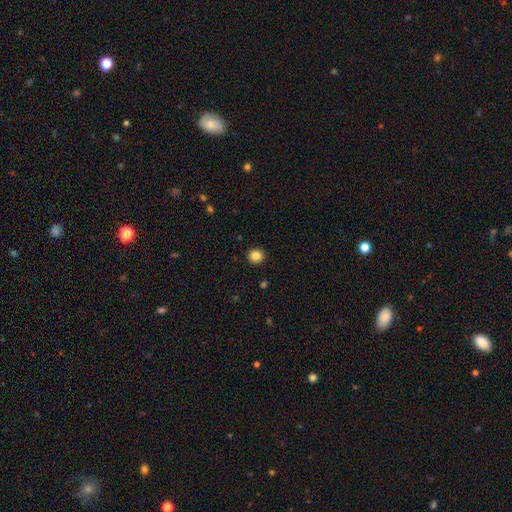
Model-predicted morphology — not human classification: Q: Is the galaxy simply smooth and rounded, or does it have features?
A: smooth — 85%.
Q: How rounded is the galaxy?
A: round — 93%.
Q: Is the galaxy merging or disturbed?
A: none — 93%.